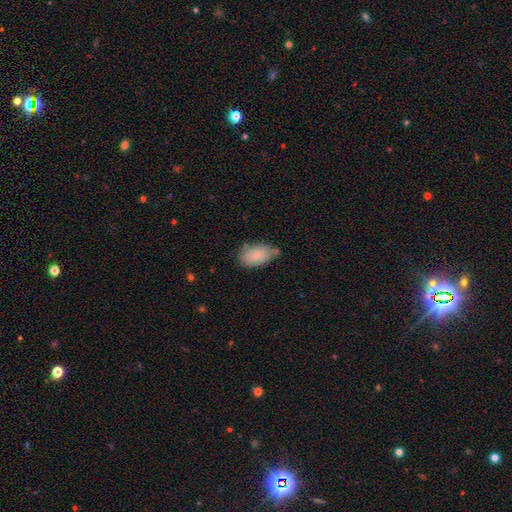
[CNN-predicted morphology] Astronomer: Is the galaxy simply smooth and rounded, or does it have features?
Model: smooth — 84%.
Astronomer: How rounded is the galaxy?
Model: in between — 93%.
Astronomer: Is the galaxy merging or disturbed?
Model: none — 62%.